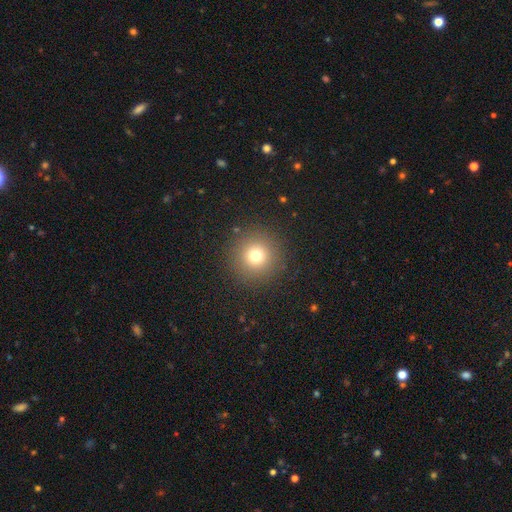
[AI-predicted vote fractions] Morphology: type=smooth (73%); roundness=round (96%); merging=none (90%).